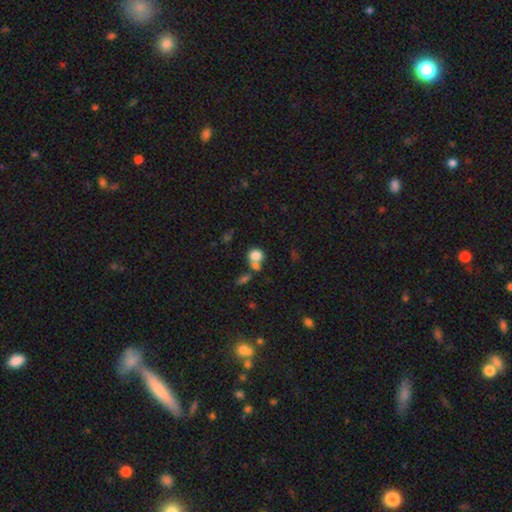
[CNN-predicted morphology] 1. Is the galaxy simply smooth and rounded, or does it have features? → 80% smooth, 10% star or artifact, 10% featured or disk.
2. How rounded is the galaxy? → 73% round, 25% in between, 1% cigar-shaped.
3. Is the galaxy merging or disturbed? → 44% merger, 40% none, 11% minor disturbance, 6% major disturbance.